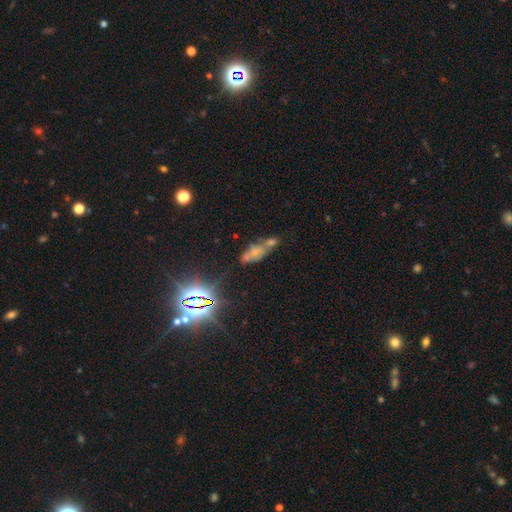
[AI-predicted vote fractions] A star or artifact, not a galaxy (48%).